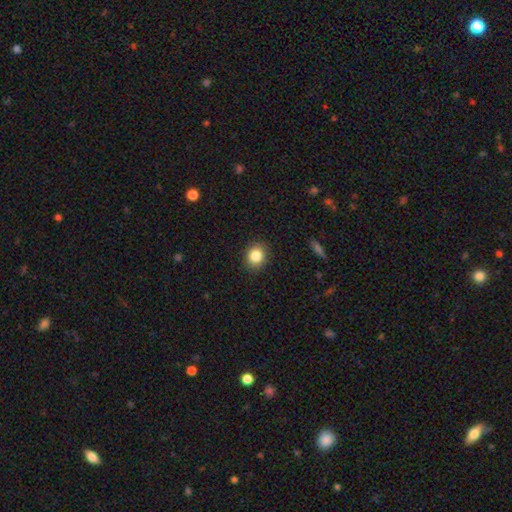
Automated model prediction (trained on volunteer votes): Q: Smooth or featured?
A: smooth (85%); runner-up: star or artifact (10%)
Q: How rounded?
A: round (68%); runner-up: in between (31%)
Q: Merging?
A: none (89%); runner-up: minor disturbance (8%)